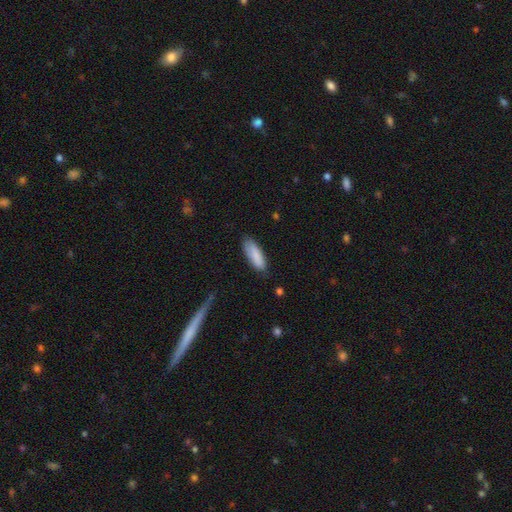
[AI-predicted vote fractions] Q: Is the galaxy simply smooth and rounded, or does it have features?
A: smooth — 87%.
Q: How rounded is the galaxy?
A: in between — 59%.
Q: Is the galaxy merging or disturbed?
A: none — 78%.